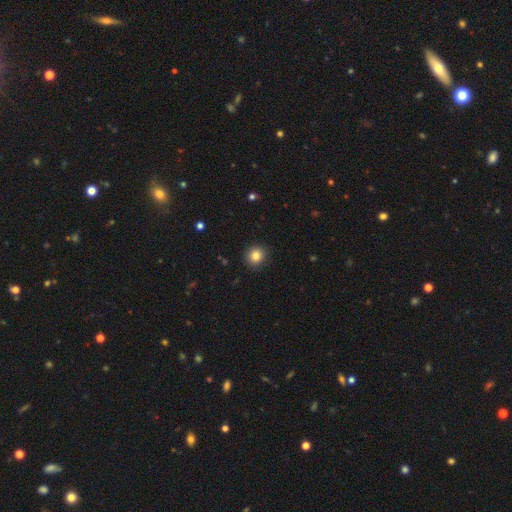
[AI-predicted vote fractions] Morphology: type=smooth (84%); roundness=round (85%); merging=none (89%).